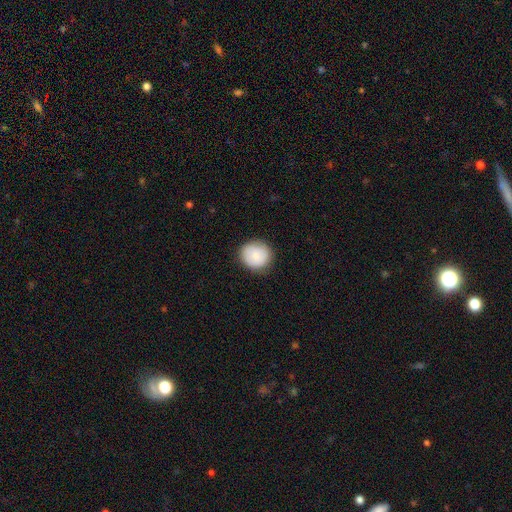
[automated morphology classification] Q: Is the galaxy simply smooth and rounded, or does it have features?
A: smooth — 86%.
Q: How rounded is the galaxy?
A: round — 84%.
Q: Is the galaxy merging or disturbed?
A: none — 86%.